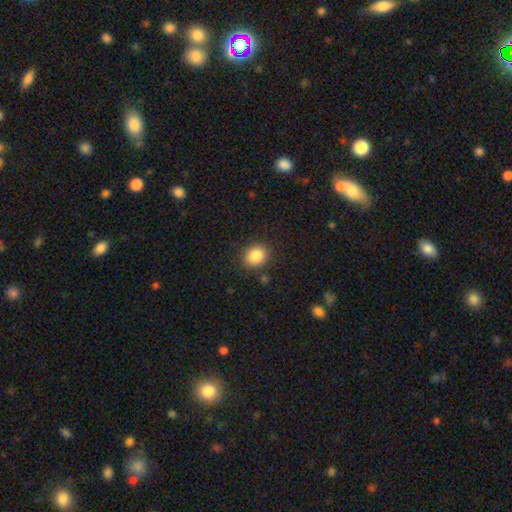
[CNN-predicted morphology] Smooth or featured?
  - smooth: 85% *
  - star or artifact: 10%
  - featured or disk: 5%
How rounded?
  - round: 70% *
  - in between: 29%
  - cigar-shaped: 1%
Merging?
  - none: 86% *
  - minor disturbance: 10%
  - major disturbance: 3%
  - merger: 2%